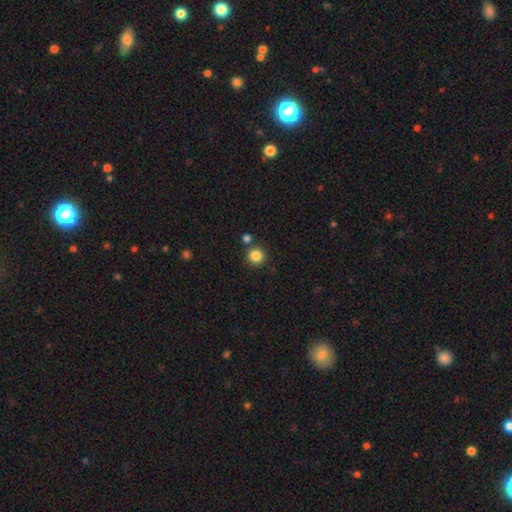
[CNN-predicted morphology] smooth_or_featured: smooth (p=0.85) [alt: star or artifact p=0.11]
how_rounded: round (p=0.94) [alt: in between p=0.05]
merging: none (p=0.82) [alt: merger p=0.09]